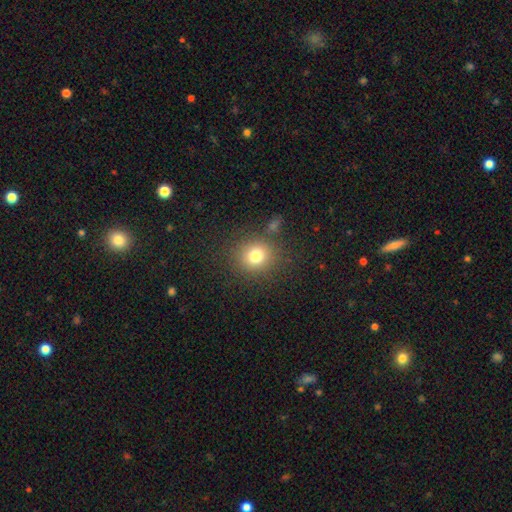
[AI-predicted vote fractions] Morphology: type=smooth (78%); roundness=round (86%); merging=none (83%).